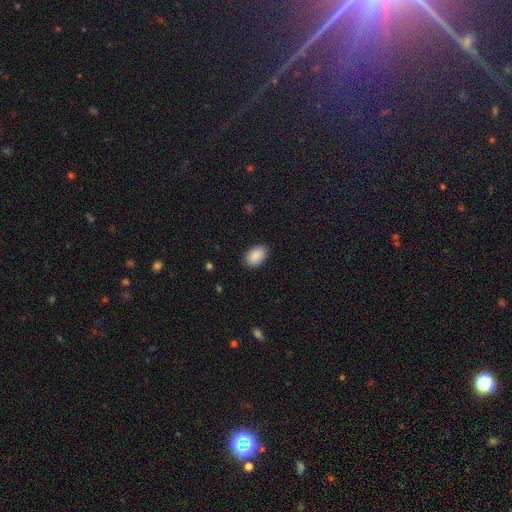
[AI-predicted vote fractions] smooth 90%, star or artifact 7%, featured or disk 4%. Down the decision tree: how rounded — in between (91%); merging — none (88%).